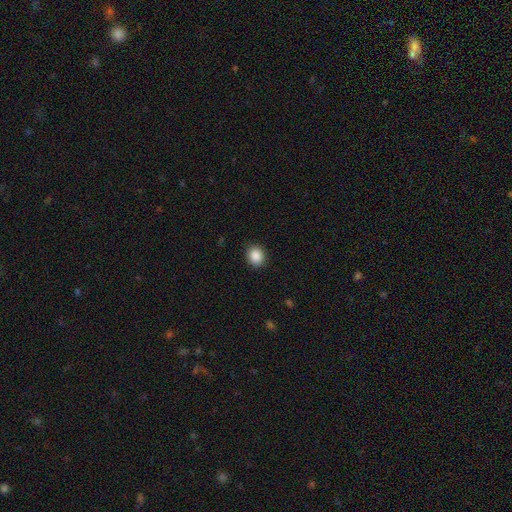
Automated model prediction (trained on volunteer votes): smooth 88%, star or artifact 9%, featured or disk 3%. Down the decision tree: how rounded — round (72%); merging — none (90%).